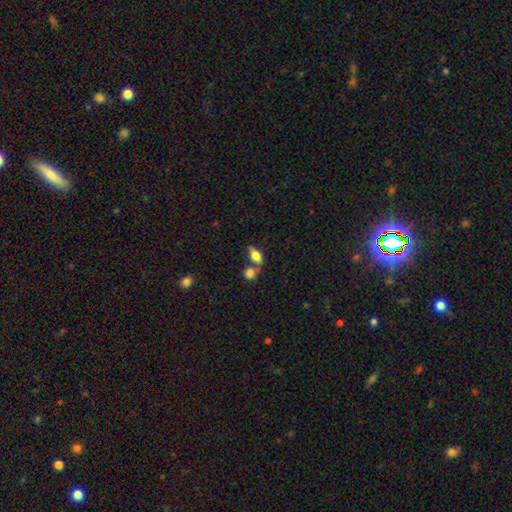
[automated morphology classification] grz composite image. It shows a smooth galaxy with no disk features (67%) that is in between round and cigar-shaped (80%). Merging: none (57%).